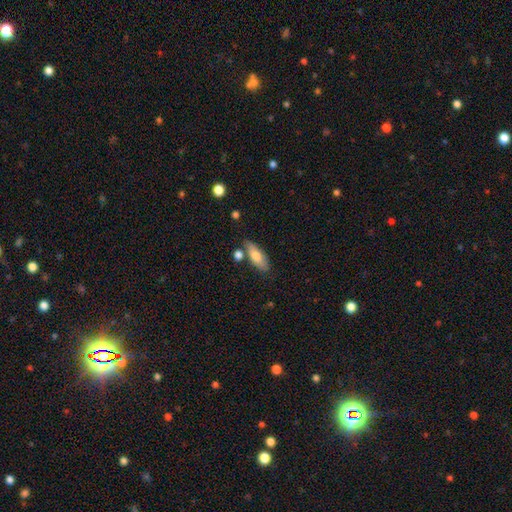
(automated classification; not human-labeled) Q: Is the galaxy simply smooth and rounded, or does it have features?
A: smooth — 71%.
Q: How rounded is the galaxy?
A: in between — 70%.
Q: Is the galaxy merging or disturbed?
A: none — 71%.